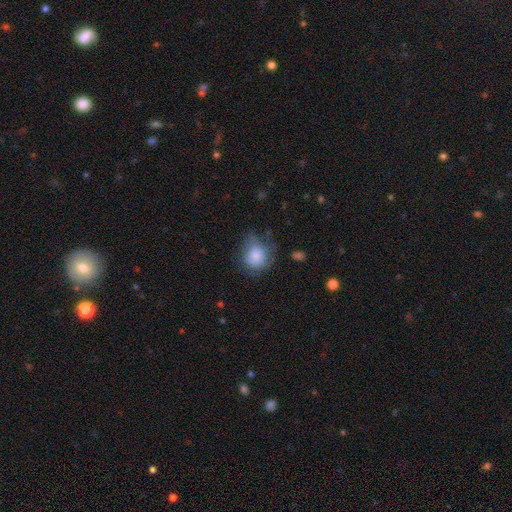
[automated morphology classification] This is likely a smooth galaxy (78%). How rounded: likely round (73%). Merging: possibly none (49%).